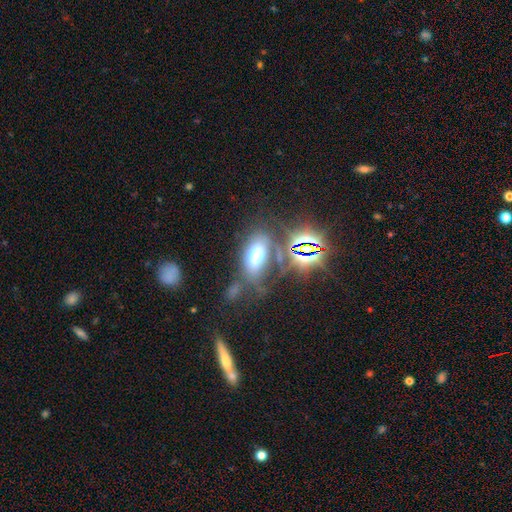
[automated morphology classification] Smooth or featured?
  - smooth: 54% *
  - star or artifact: 25%
  - featured or disk: 21%
How rounded?
  - in between: 84% *
  - round: 10%
  - cigar-shaped: 6%
Merging?
  - none: 54% *
  - minor disturbance: 17%
  - major disturbance: 16%
  - merger: 13%